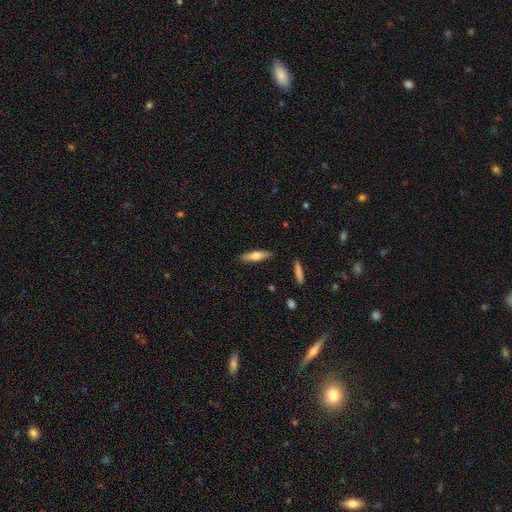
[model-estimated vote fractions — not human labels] Smooth or featured?
  - smooth: 63% *
  - featured or disk: 31%
  - star or artifact: 6%
How rounded?
  - cigar-shaped: 72% *
  - in between: 26%
  - round: 2%
Merging?
  - none: 87% *
  - minor disturbance: 9%
  - major disturbance: 2%
  - merger: 2%